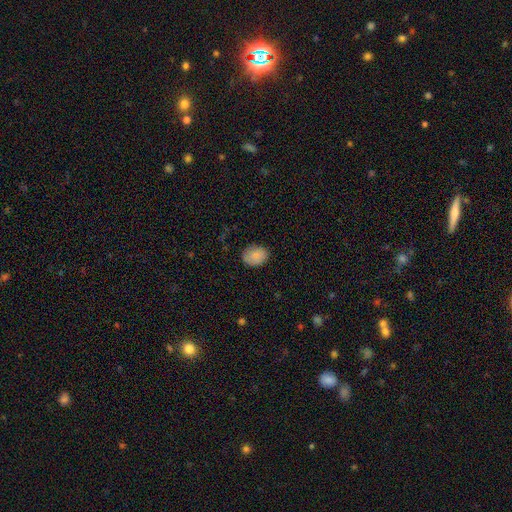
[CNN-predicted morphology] Q: Smooth or featured?
A: smooth (87%); runner-up: star or artifact (8%)
Q: How rounded?
A: in between (58%); runner-up: round (41%)
Q: Merging?
A: none (84%); runner-up: minor disturbance (12%)